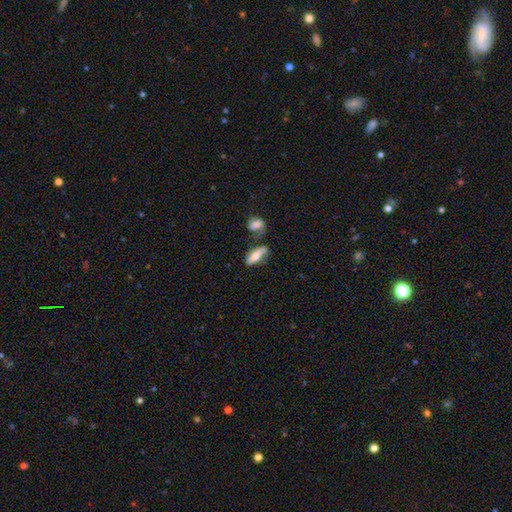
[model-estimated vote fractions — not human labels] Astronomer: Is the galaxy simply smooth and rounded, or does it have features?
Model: smooth — 72%.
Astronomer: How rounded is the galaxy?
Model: in between — 71%.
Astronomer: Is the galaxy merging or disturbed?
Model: none — 41% (runner-up: merger, 23%).